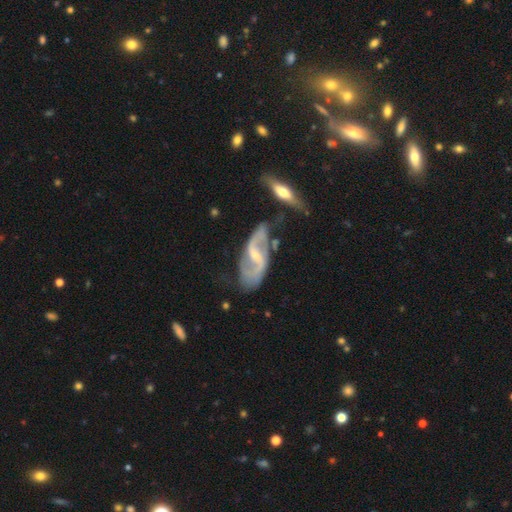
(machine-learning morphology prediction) A featured or disk galaxy (87%) with a weak bar (50%), 2 (91%) loose (60%) spiral arms (93%) and a small central bulge (59%). Merging: none (58%).